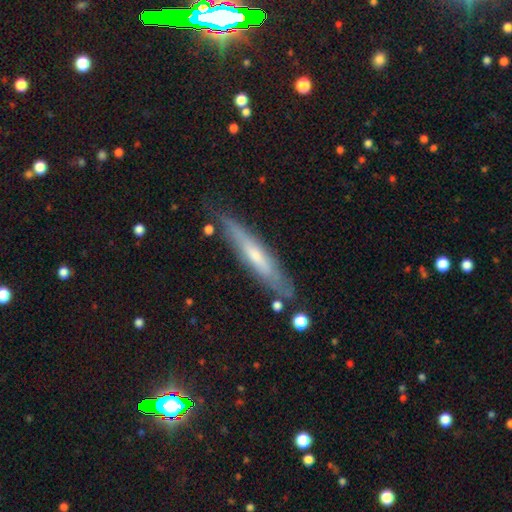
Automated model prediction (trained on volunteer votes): smooth_or_featured: featured or disk (p=0.55) [alt: smooth p=0.38]
disk_edge_on: yes (p=0.79) [alt: no p=0.21]
merging: none (p=0.76) [alt: minor disturbance p=0.17]